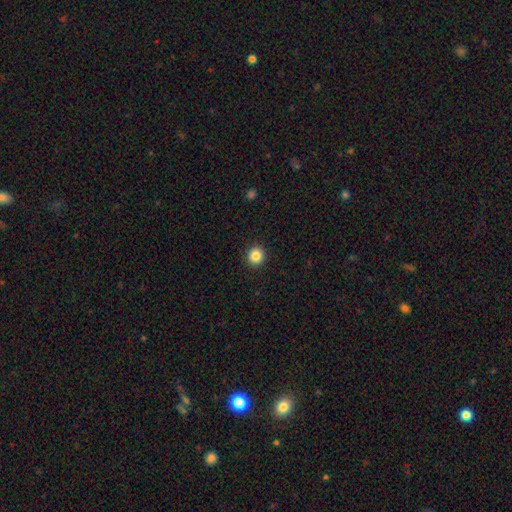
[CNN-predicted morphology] This appears to be a smooth galaxy with no disk features (86%) that is round (93%). Merging: none (93%).